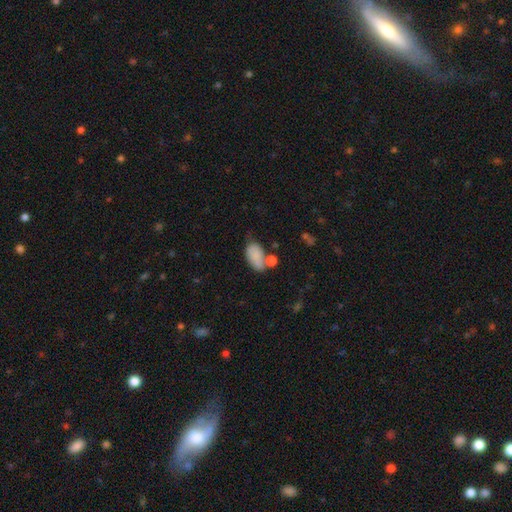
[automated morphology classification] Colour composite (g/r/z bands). It shows a smooth galaxy with no disk features (78%) that is in between round and cigar-shaped (91%). Merging: none (38%).